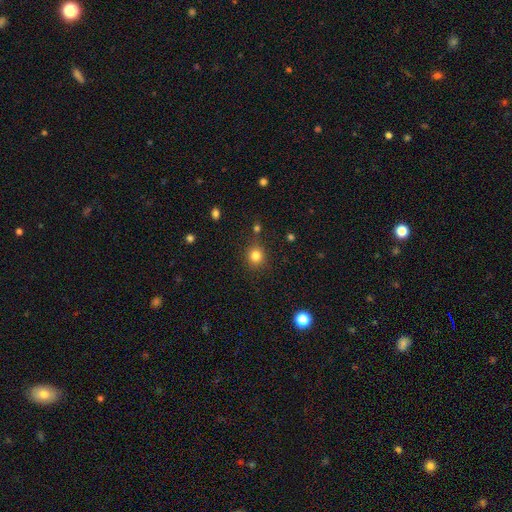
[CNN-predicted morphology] Smooth or featured? smooth (82%)
How rounded? round (87%)
Merging? none (81%)